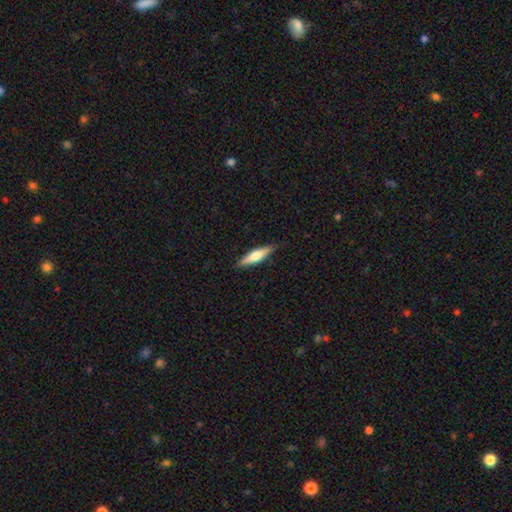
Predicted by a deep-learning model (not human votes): Smooth or featured: smooth — 55% (featured or disk — 39%)
How rounded: cigar-shaped — 76% (in between — 22%)
Merging: none — 87% (minor disturbance — 10%)